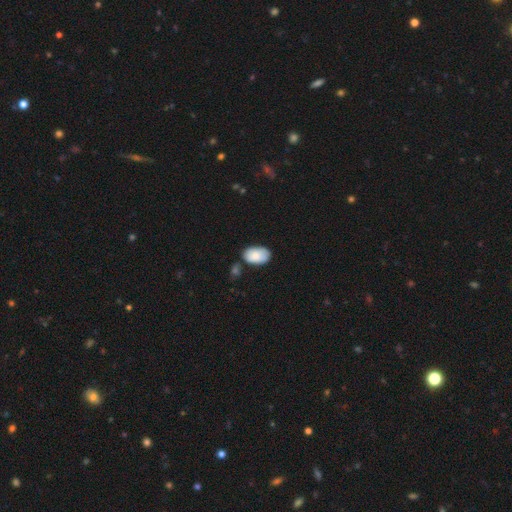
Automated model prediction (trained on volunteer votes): This appears to be a smooth galaxy with no disk features (83%) that is in between round and cigar-shaped (93%). Merging: none (63%).